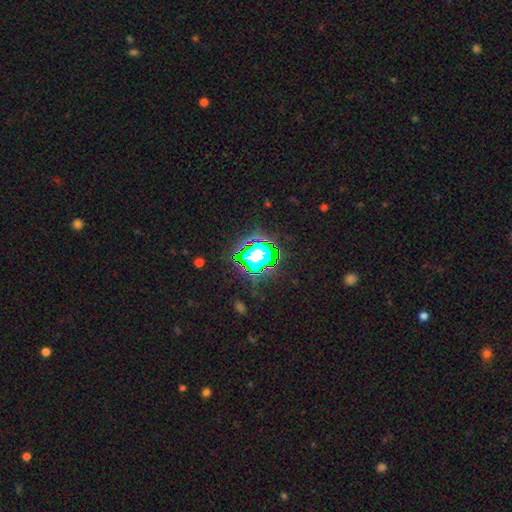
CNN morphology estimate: Smooth or featured? Predicted: star or artifact (p=0.61).